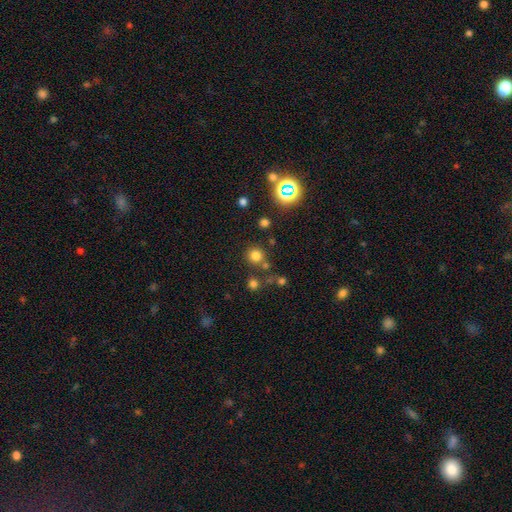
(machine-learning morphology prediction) This appears to be a smooth galaxy with no disk features (73%) that is round (92%). Merging: none (76%).